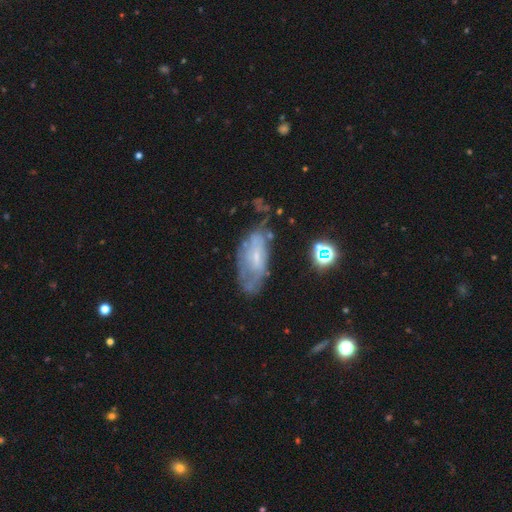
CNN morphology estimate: smooth_or_featured: featured or disk (p=0.58) [alt: smooth p=0.31]
disk_edge_on: no (p=0.88) [alt: yes p=0.12]
bar: no (p=0.61) [alt: weak p=0.32]
has_spiral_arms: yes (p=0.53) [alt: no p=0.47]
bulge_size: small (p=0.67) [alt: moderate p=0.19]
merging: none (p=0.52) [alt: minor disturbance p=0.28]